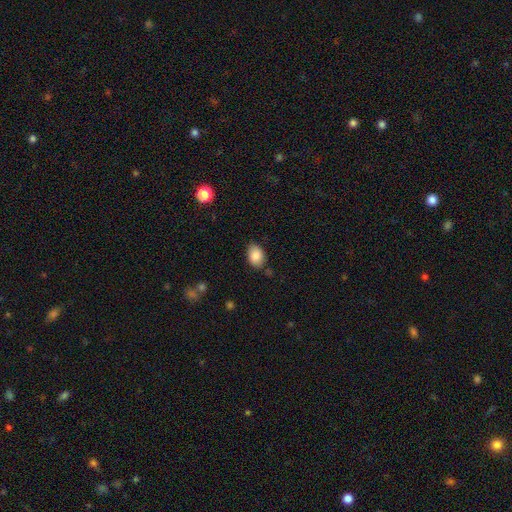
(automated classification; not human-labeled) This appears to be a smooth galaxy with no disk features (87%) that is in between round and cigar-shaped (80%). Merging: none (78%).